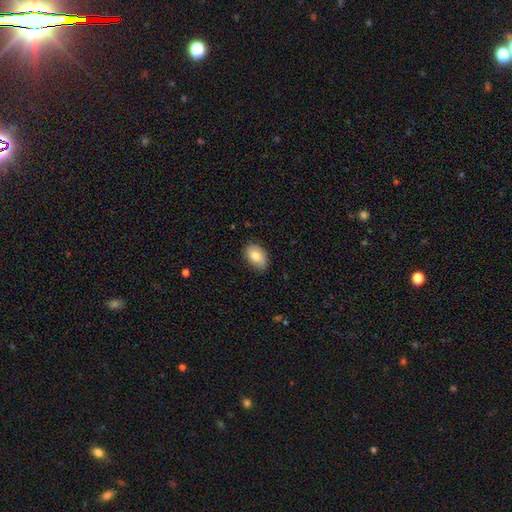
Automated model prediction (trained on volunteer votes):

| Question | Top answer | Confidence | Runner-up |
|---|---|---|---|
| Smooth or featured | smooth | 81% | featured or disk (12%) |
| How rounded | in between | 89% | round (10%) |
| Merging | none | 78% | minor disturbance (18%) |